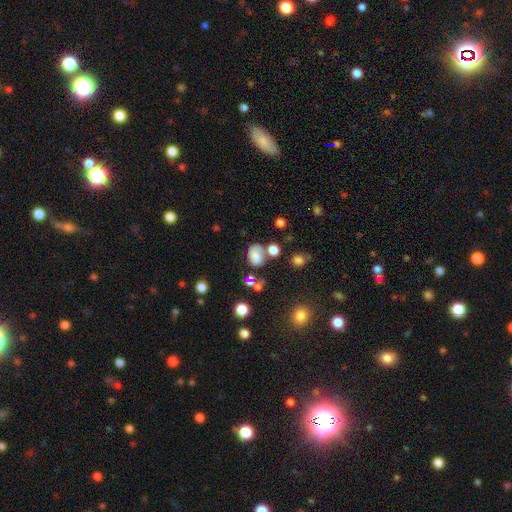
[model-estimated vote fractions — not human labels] Overall: smooth (66%). How rounded: in between (67%; round 32%). Merging: none (44%; merger 22%).